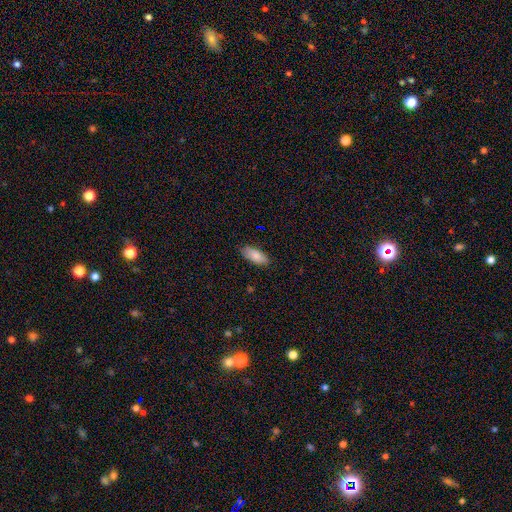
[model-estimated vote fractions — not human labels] smooth 83%, featured or disk 10%, star or artifact 6%. Down the decision tree: how rounded — in between (85%); merging — none (83%).